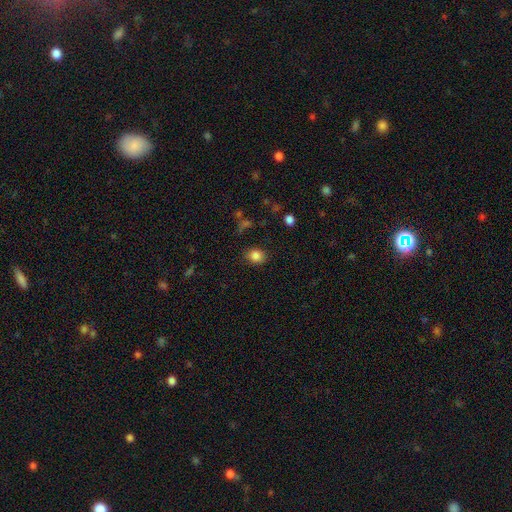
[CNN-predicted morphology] smooth-or-featured: smooth: 85% | star or artifact: 10% | featured or disk: 5%
  how-rounded: round: 54% | in between: 45% | cigar-shaped: 1%
  merging: none: 84% | minor disturbance: 11% | major disturbance: 3% | merger: 2%